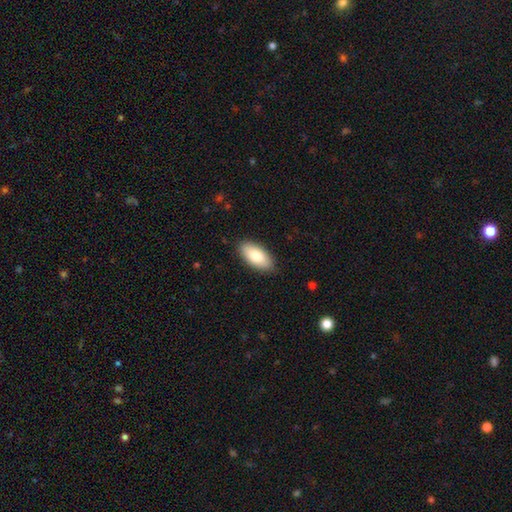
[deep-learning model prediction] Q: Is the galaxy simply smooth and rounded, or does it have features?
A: smooth — 83%.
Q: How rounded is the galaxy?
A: in between — 92%.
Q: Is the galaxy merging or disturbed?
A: none — 87%.